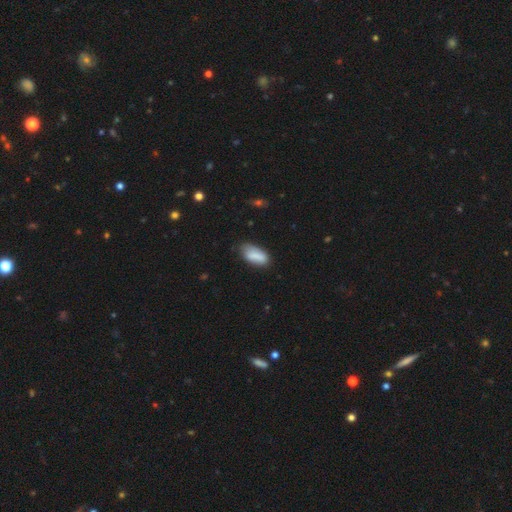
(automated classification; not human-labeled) Overall: smooth (82%). How rounded: in between (86%). Merging: none (60%; minor disturbance 30%).